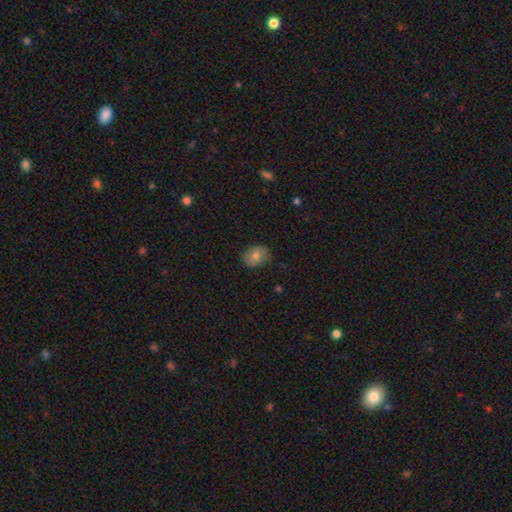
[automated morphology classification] smooth 75%, featured or disk 16%, star or artifact 9%. Down the decision tree: how rounded — in between (64%); merging — none (86%).